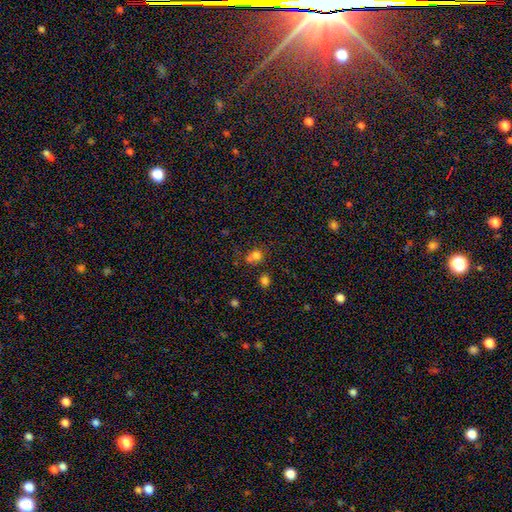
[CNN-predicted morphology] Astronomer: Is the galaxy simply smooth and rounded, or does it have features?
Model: smooth — 74%.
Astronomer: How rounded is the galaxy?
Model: round — 79%.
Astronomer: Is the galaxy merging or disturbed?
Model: none — 48% (runner-up: merger, 38%).